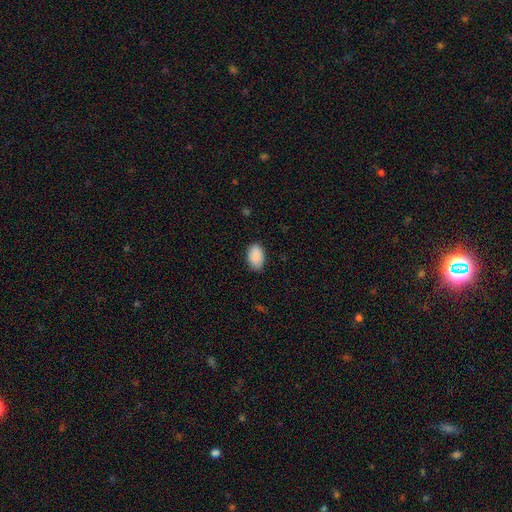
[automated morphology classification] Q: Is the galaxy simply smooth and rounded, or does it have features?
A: smooth — 90%.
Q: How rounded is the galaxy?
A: in between — 93%.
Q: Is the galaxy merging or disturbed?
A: none — 85%.